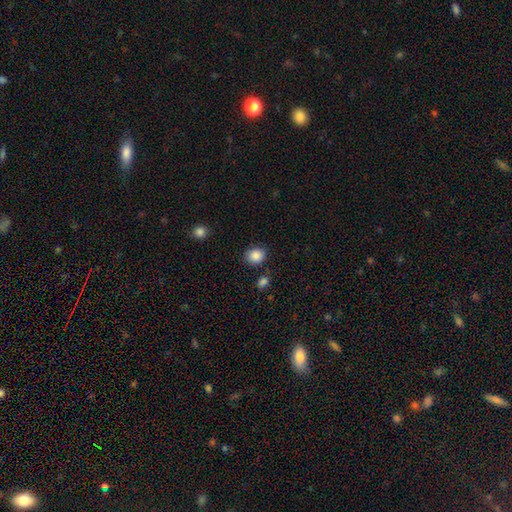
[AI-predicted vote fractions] Smooth or featured?
  - smooth: 88% *
  - star or artifact: 9%
  - featured or disk: 3%
How rounded?
  - round: 67% *
  - in between: 32%
  - cigar-shaped: 1%
Merging?
  - none: 82% *
  - minor disturbance: 11%
  - merger: 4%
  - major disturbance: 3%